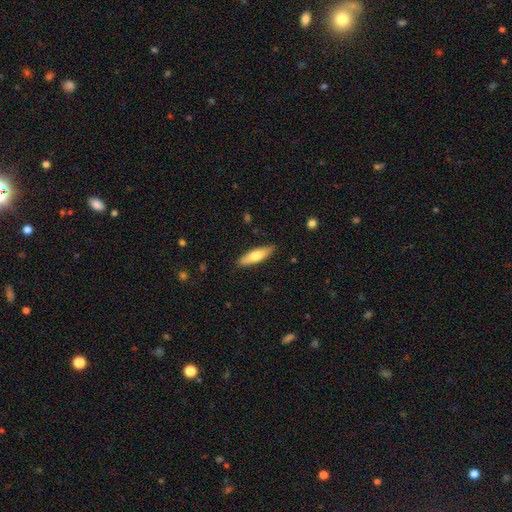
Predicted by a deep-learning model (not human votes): Morphology: type=smooth (66%); roundness=cigar-shaped (59%); merging=none (87%).